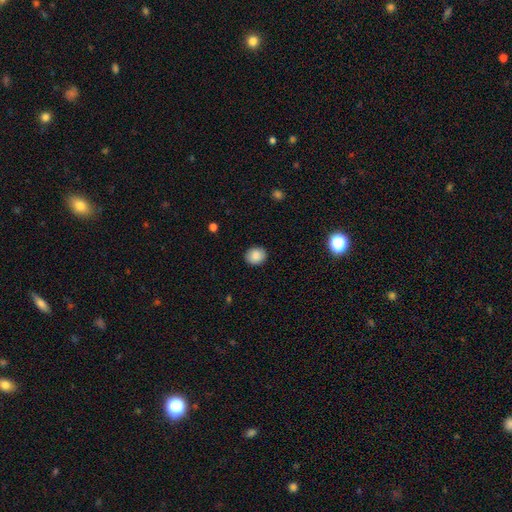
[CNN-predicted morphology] smooth_or_featured: smooth (p=0.88) [alt: star or artifact p=0.08]
how_rounded: round (p=0.69) [alt: in between p=0.30]
merging: none (p=0.89) [alt: minor disturbance p=0.08]